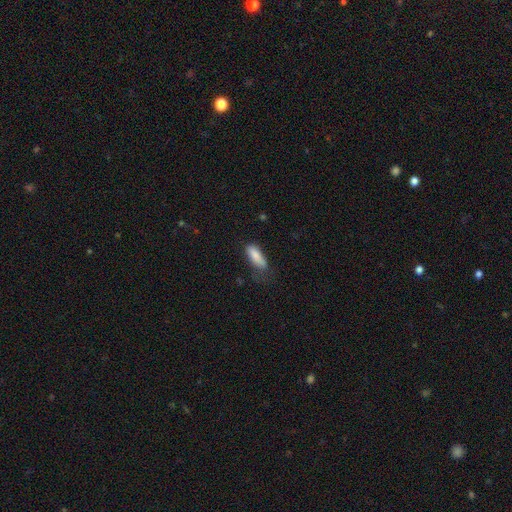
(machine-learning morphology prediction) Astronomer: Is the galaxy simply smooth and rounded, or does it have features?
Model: smooth — 83%.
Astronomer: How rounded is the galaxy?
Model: in between — 64%.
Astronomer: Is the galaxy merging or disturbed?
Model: none — 46% (runner-up: minor disturbance, 34%).